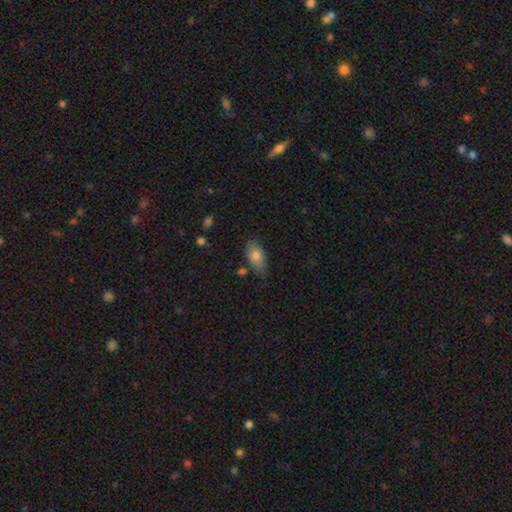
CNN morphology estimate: Overall: smooth (77%). How rounded: in between (88%). Merging: none (67%).